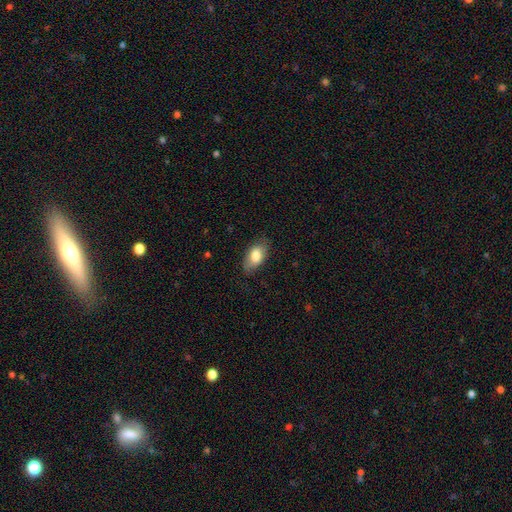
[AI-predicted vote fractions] Q: Smooth or featured?
A: smooth (79%); runner-up: featured or disk (15%)
Q: How rounded?
A: in between (91%); runner-up: round (5%)
Q: Merging?
A: none (78%); runner-up: minor disturbance (17%)